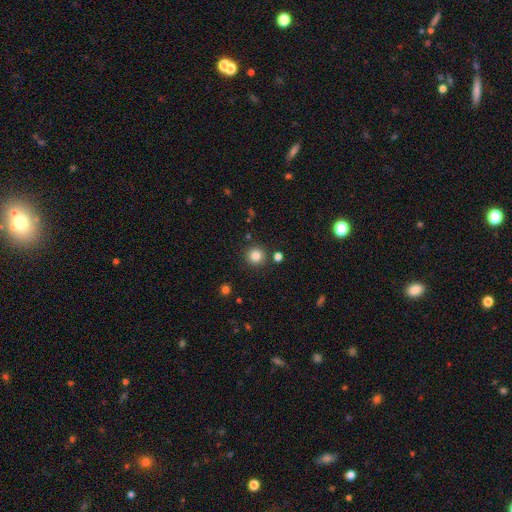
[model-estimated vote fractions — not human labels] A smooth galaxy with no disk features (83%) that is round (94%).

Vote fractions:
- Smooth or featured? smooth: 83% / star or artifact: 12% / featured or disk: 5%
- How rounded? round: 94% / in between: 5% / cigar-shaped: 1%
- Merging? none: 87% / minor disturbance: 6% / merger: 4% / major disturbance: 2%